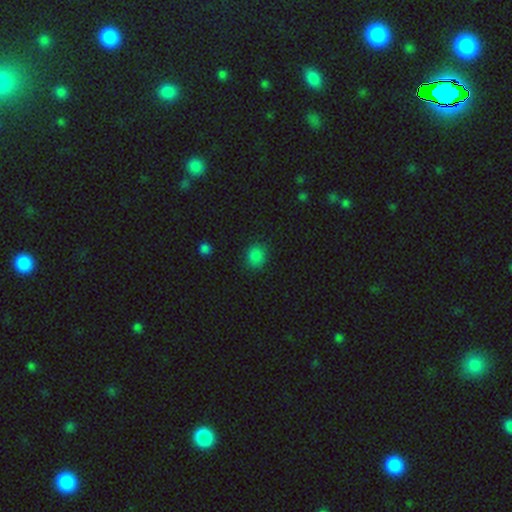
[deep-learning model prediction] Smooth or featured? Predicted: smooth (p=0.83). How rounded? Predicted: round (p=0.75). Merging? Predicted: none (p=0.86).